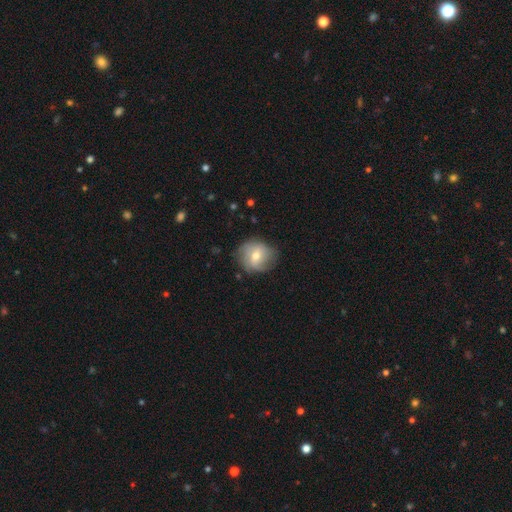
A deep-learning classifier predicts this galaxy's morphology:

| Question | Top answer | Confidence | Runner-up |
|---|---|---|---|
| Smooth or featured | smooth | 53% | featured or disk (39%) |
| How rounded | round | 80% | in between (19%) |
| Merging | none | 70% | minor disturbance (22%) |